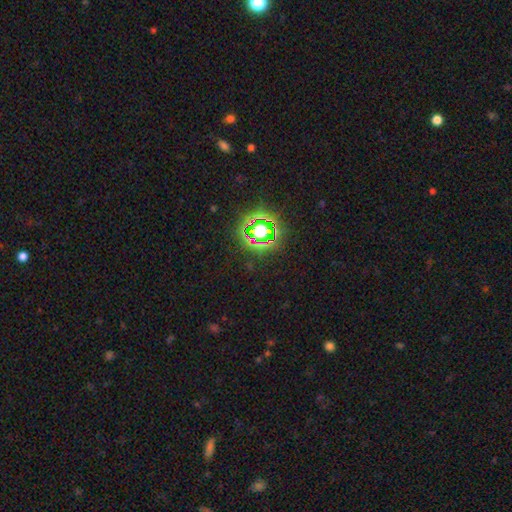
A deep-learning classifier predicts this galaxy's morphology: Overall: star or artifact (75%).